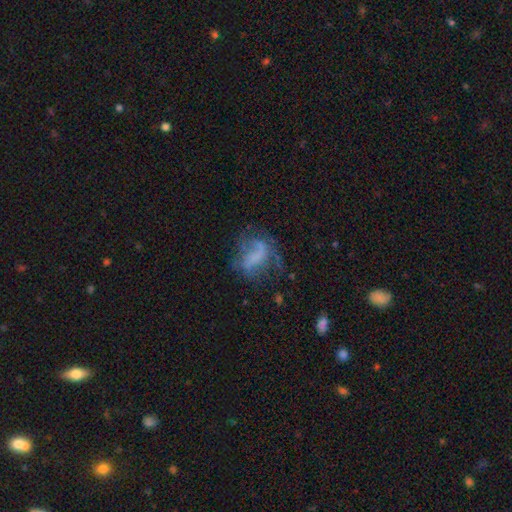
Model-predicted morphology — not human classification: The model was most divided on "merging": none: 38%, major disturbance: 34%, minor disturbance: 22%, merger: 5%. More confident: edge-on disk — no (96%); bulge size — none (67%); bar — no (56%); spiral arms — no (55%); smooth or featured — featured or disk (52%).